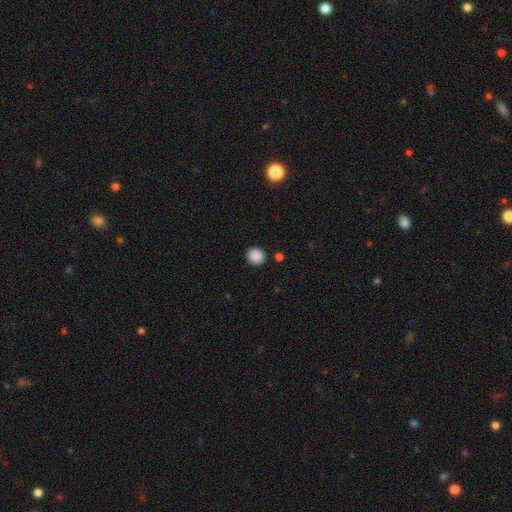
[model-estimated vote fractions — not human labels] Overall: smooth (88%). How rounded: round (85%). Merging: none (88%).